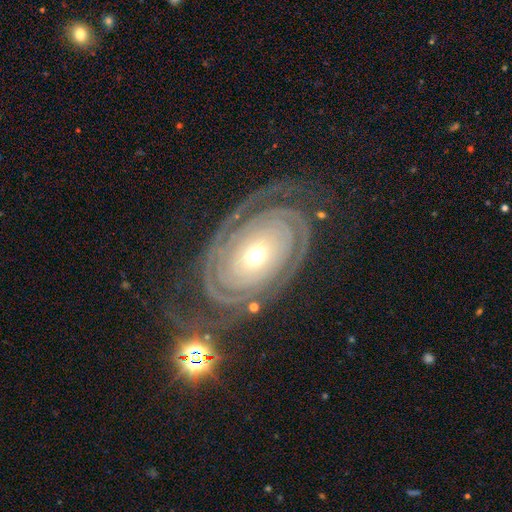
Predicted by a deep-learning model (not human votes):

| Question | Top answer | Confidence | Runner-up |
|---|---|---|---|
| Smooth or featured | featured or disk | 89% | smooth (5%) |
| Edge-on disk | no | 96% | yes (4%) |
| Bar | no | 78% | weak (12%) |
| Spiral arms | yes | 97% | no (3%) |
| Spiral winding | tight | 84% | medium (12%) |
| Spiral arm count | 2 | 68% | can't tell (11%) |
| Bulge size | moderate | 60% | small (32%) |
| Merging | none | 75% | minor disturbance (14%) |